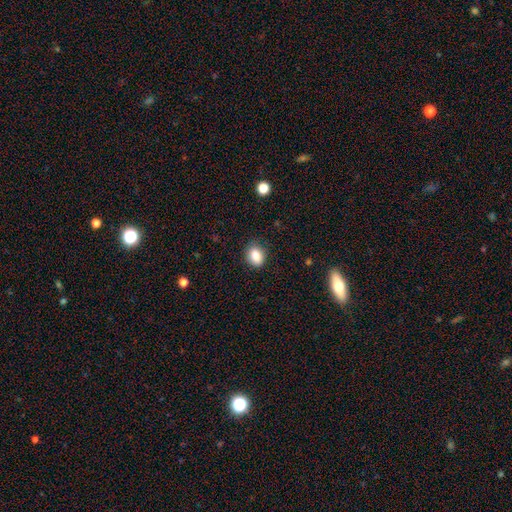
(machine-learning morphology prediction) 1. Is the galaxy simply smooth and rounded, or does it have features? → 84% smooth, 9% star or artifact, 6% featured or disk.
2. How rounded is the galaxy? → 58% in between, 41% round, 1% cigar-shaped.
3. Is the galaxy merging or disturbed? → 83% none, 13% minor disturbance, 3% major disturbance, 1% merger.